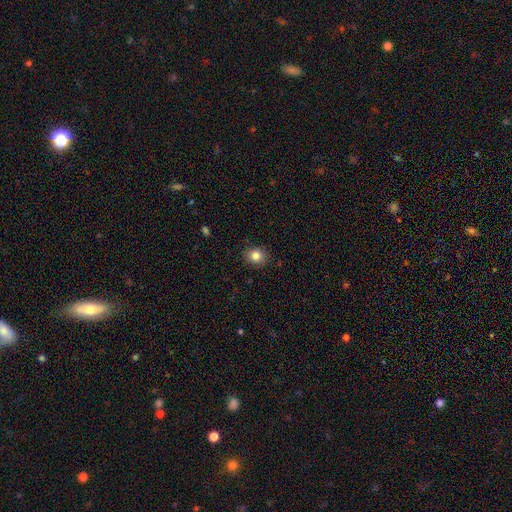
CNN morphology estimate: Q: Smooth or featured?
A: smooth (82%); runner-up: star or artifact (11%)
Q: How rounded?
A: round (67%); runner-up: in between (32%)
Q: Merging?
A: none (89%); runner-up: minor disturbance (8%)